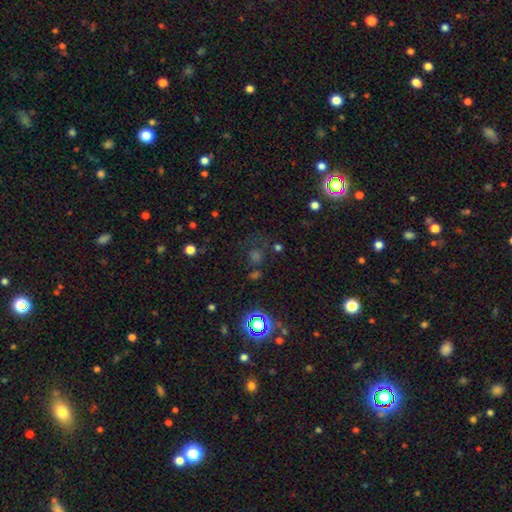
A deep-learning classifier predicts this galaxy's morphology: This appears to be a star or artifact, not a galaxy (62%).